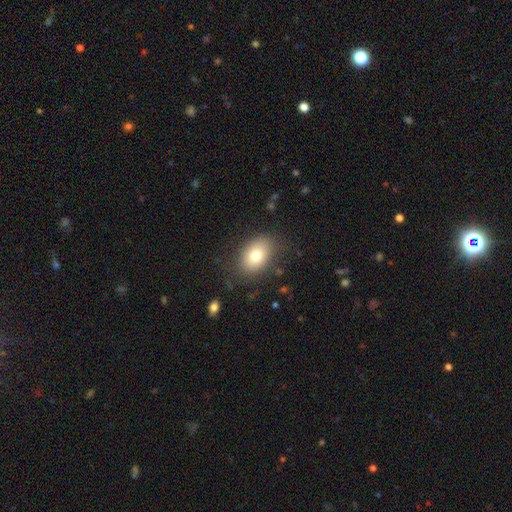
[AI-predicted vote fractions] Q: Smooth or featured?
A: smooth (77%); runner-up: featured or disk (14%)
Q: How rounded?
A: in between (79%); runner-up: round (20%)
Q: Merging?
A: none (80%); runner-up: minor disturbance (13%)